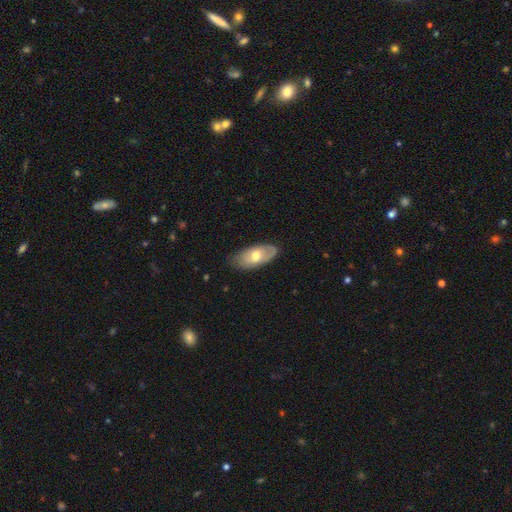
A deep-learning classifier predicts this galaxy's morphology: Overall: smooth (58%; featured or disk 36%). How rounded: in between (90%). Merging: none (70%).